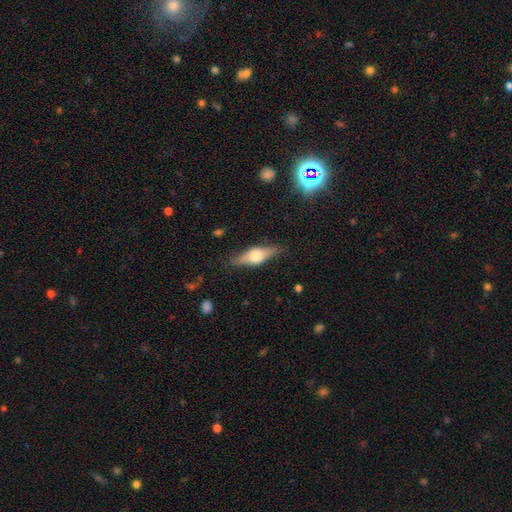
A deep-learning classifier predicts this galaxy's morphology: Q: Smooth or featured?
A: featured or disk (53%); runner-up: smooth (40%)
Q: Edge-on disk?
A: yes (92%); runner-up: no (8%)
Q: Merging?
A: none (83%); runner-up: minor disturbance (13%)